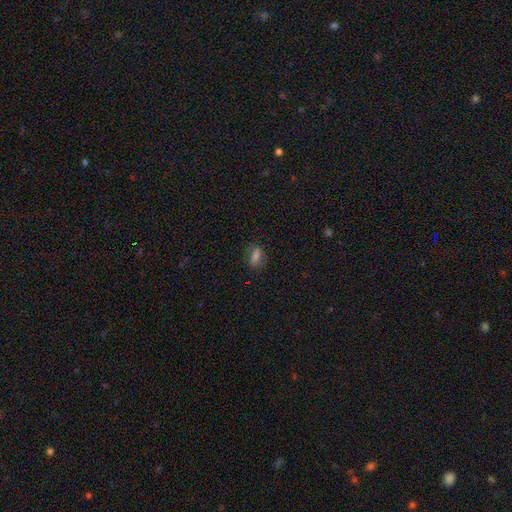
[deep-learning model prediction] smooth-or-featured: smooth: 67% | star or artifact: 18% | featured or disk: 14%
  how-rounded: in between: 67% | cigar-shaped: 19% | round: 13%
  merging: none: 81% | minor disturbance: 13% | major disturbance: 5% | merger: 1%